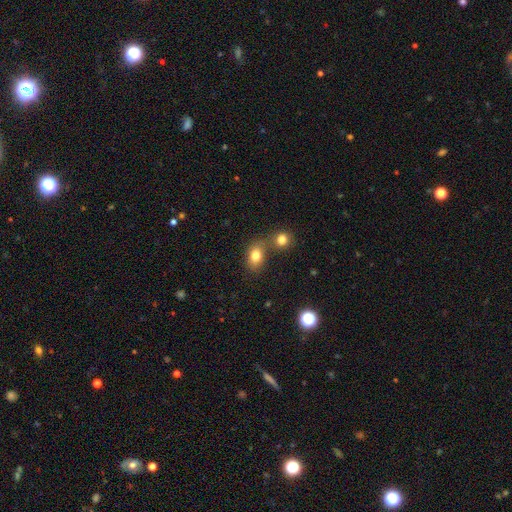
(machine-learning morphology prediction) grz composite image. It shows a smooth galaxy with no disk features (79%) that is in between round and cigar-shaped (62%). Merging: none (46%).